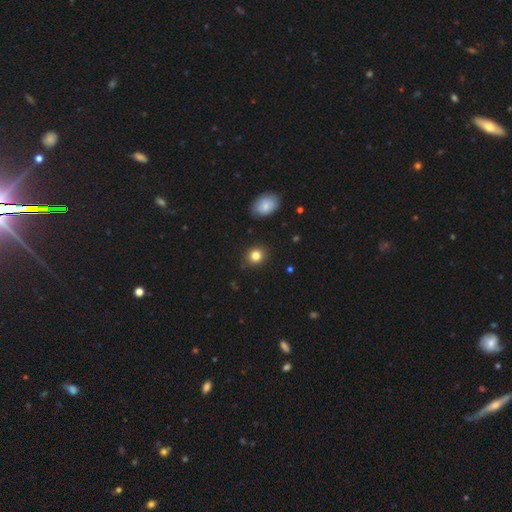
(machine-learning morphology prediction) The model was most divided on "how rounded": round: 81%, in between: 18%, cigar-shaped: 1%. More confident: merging — none (88%); smooth or featured — smooth (83%).